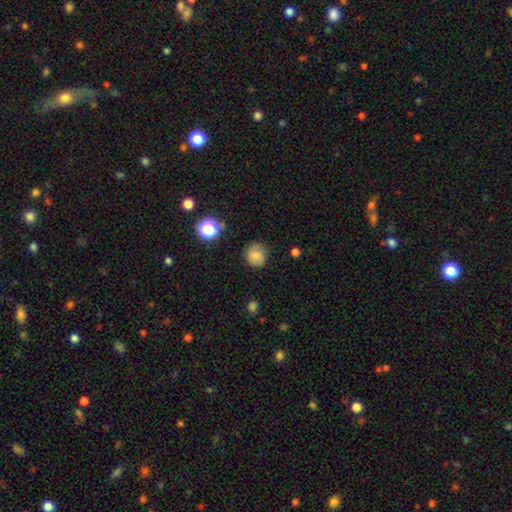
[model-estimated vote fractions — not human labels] A smooth galaxy with no disk features (77%) that is round (84%). Merging: none (78%).